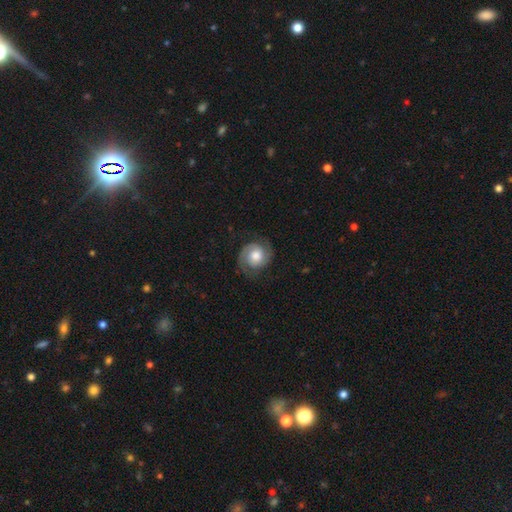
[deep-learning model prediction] Overall: featured or disk (70%). Edge-on disk: no (98%). Bar: no (72%). Spiral arms: yes (94%). Spiral arm count: 2 (87%). Spiral winding: tight (48%; medium 39%). Bulge size: moderate (52%; large 34%). Merging: none (76%).